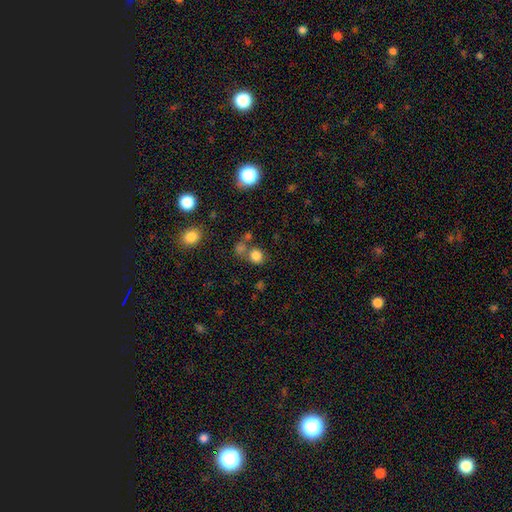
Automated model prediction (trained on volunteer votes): smooth-or-featured: smooth: 79% | star or artifact: 14% | featured or disk: 6%
  how-rounded: round: 79% | in between: 20% | cigar-shaped: 1%
  merging: none: 61% | merger: 23% | minor disturbance: 10% | major disturbance: 6%